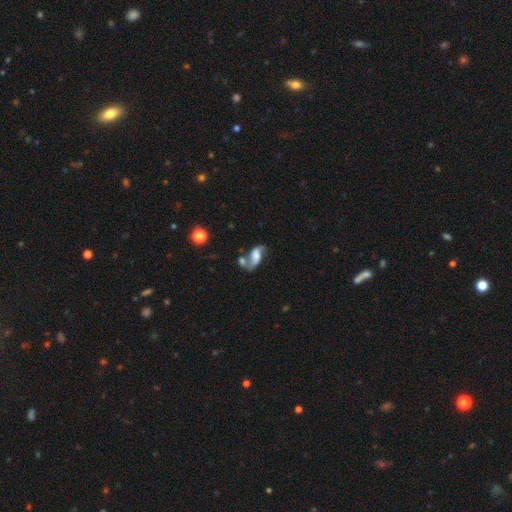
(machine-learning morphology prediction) Smooth or featured? featured or disk (59%)
Edge-on disk? no (93%)
Bar? no (53%)
Spiral arms? yes (84%)
Bulge size? large (28%)
Merging? merger (35%)